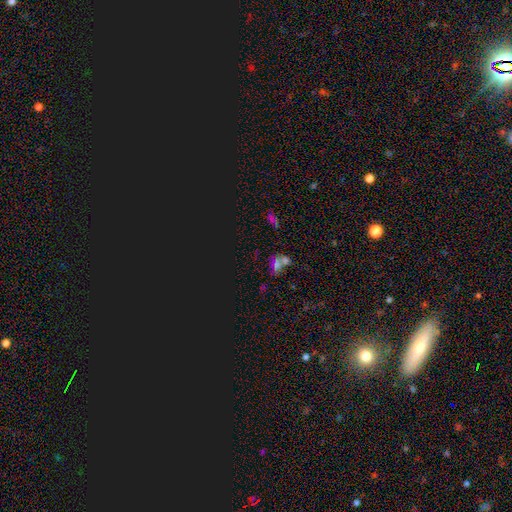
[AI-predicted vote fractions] A star or artifact, not a galaxy (64%).

Vote fractions:
- Smooth or featured? star or artifact: 64% / smooth: 25% / featured or disk: 11%